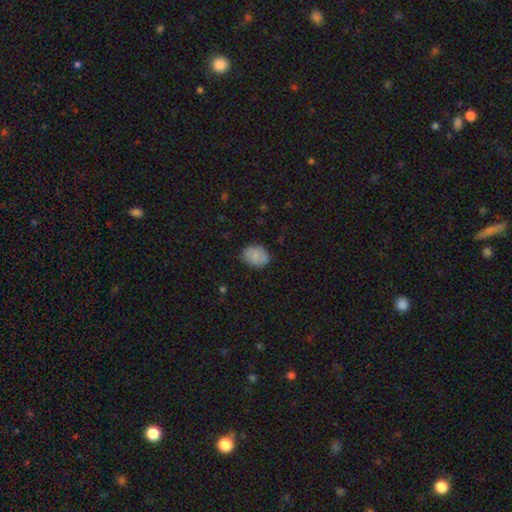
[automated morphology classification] smooth_or_featured: smooth (p=0.80) [alt: featured or disk p=0.12]
how_rounded: in between (p=0.57) [alt: round p=0.42]
merging: none (p=0.77) [alt: minor disturbance p=0.18]